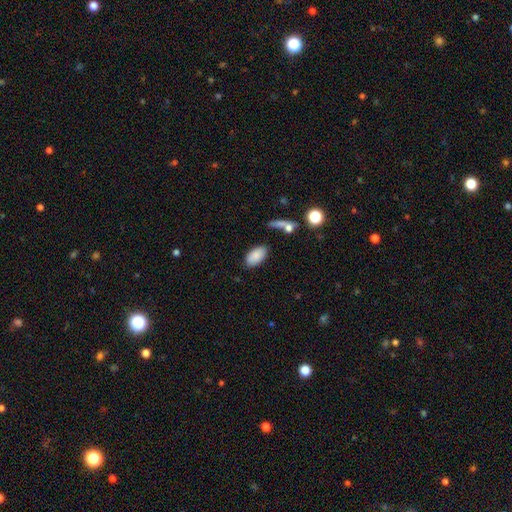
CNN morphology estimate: Smooth or featured?
  - smooth: 86% *
  - star or artifact: 7%
  - featured or disk: 6%
How rounded?
  - in between: 94% *
  - round: 3%
  - cigar-shaped: 3%
Merging?
  - none: 80% *
  - minor disturbance: 13%
  - merger: 4%
  - major disturbance: 3%